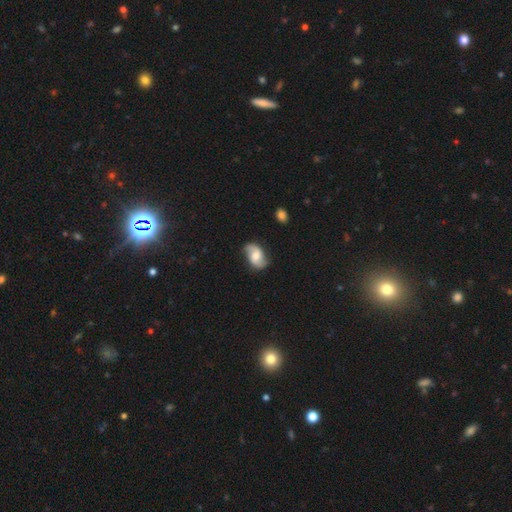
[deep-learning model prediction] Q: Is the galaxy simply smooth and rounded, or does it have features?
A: featured or disk — 65%.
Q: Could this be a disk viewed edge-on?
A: no — 97%.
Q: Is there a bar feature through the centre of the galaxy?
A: no — 53%.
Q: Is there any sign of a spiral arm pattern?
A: yes — 92%.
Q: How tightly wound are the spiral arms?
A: loose — 54%.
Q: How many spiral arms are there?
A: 2 — 90%.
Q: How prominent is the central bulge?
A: moderate — 62%.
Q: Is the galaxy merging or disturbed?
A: none — 74%.